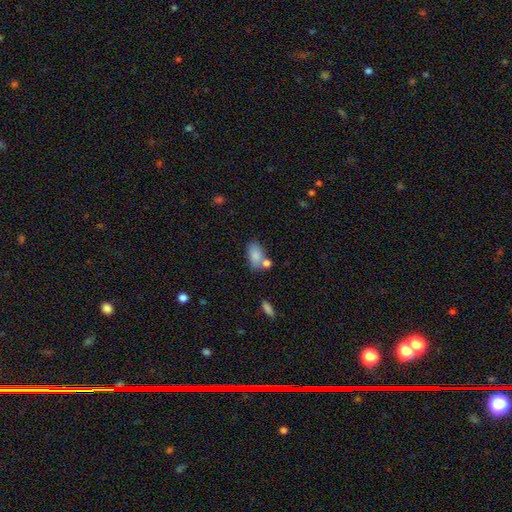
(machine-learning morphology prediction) smooth-or-featured: smooth: 81% | featured or disk: 11% | star or artifact: 8%
  how-rounded: in between: 90% | round: 7% | cigar-shaped: 3%
  merging: none: 52% | merger: 27% | minor disturbance: 16% | major disturbance: 5%